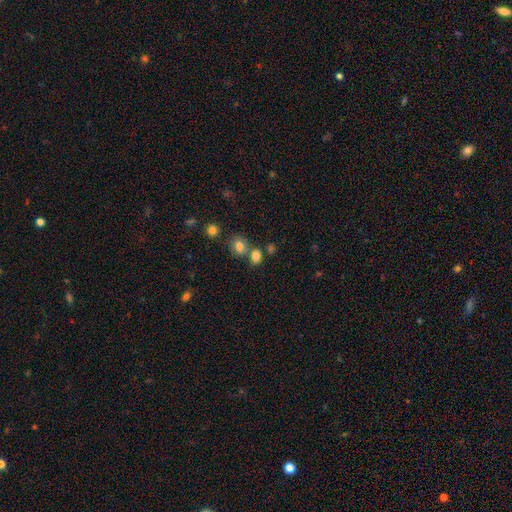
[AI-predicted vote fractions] Q: Smooth or featured?
A: smooth (79%); runner-up: star or artifact (14%)
Q: How rounded?
A: round (56%); runner-up: in between (42%)
Q: Merging?
A: none (56%); runner-up: merger (29%)